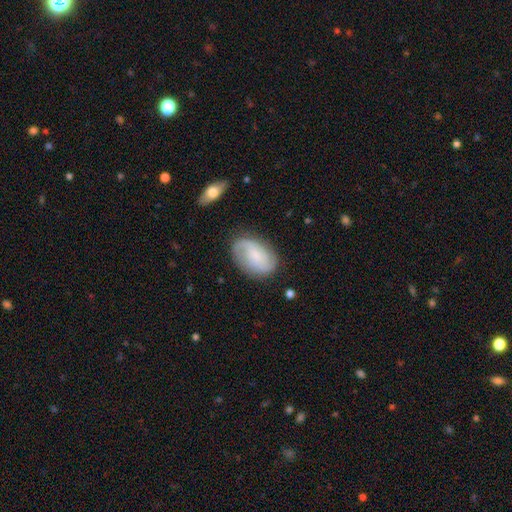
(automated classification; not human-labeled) The model was most divided on "bar": no: 48%, weak: 42%, strong: 9%. Remaining: edge-on disk — no (96%); spiral arms — yes (91%); merging — none (76%); spiral arm count — 2 (74%); smooth or featured — featured or disk (58%); bulge size — small (51%); spiral winding — medium (42%).